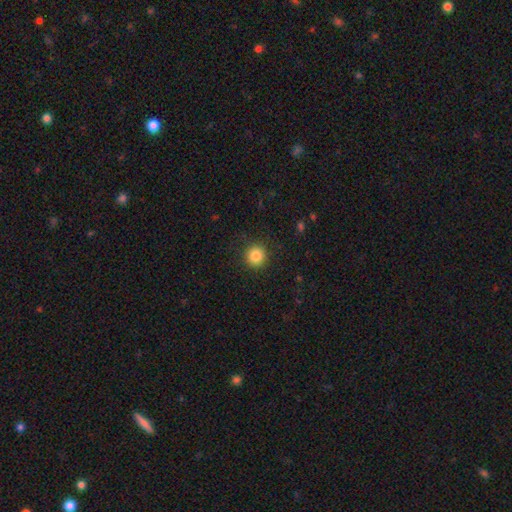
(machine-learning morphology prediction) A smooth galaxy with no disk features (85%) that is round (93%). Merging: none (91%).